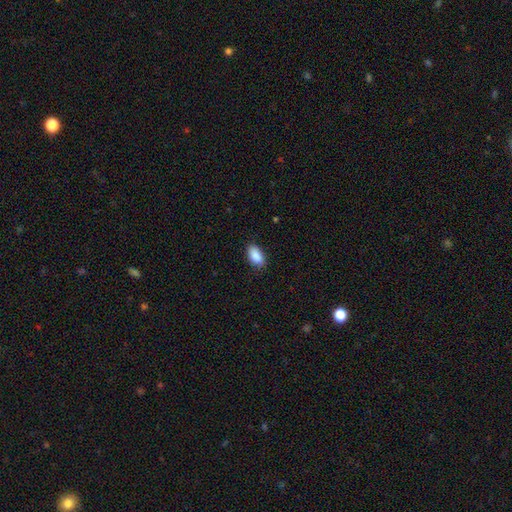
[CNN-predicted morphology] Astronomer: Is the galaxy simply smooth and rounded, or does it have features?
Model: smooth — 90%.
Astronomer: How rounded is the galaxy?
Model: in between — 93%.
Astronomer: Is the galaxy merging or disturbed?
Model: none — 85%.